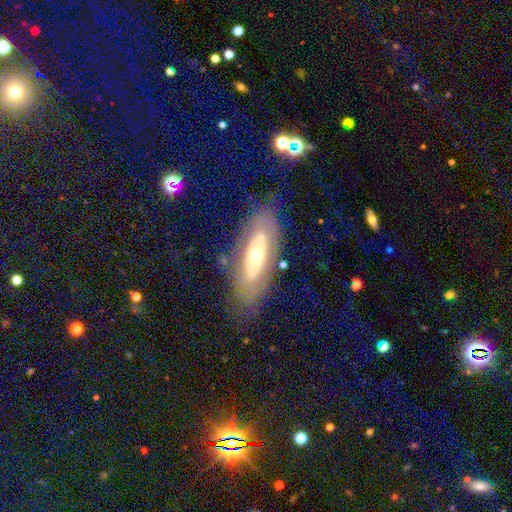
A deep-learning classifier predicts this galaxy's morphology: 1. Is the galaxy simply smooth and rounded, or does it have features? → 62% featured or disk, 31% smooth, 7% star or artifact.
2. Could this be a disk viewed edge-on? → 83% no, 17% yes.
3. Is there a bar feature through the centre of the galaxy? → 85% no, 10% weak, 5% strong.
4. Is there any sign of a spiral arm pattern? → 76% no, 24% yes.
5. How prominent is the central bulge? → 55% moderate, 37% small, 6% large, 1% dominant, 1% none.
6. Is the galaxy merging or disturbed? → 74% none, 15% minor disturbance, 8% major disturbance, 3% merger.